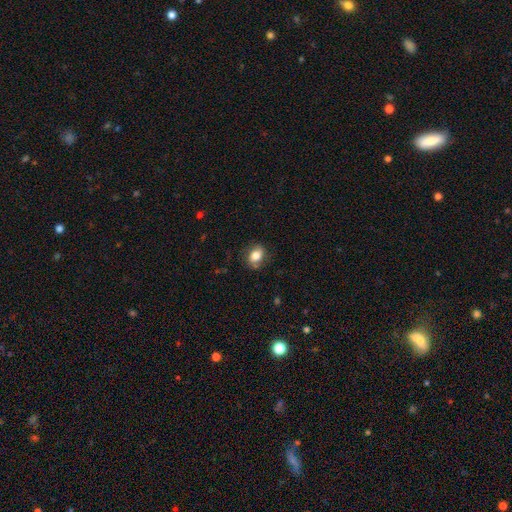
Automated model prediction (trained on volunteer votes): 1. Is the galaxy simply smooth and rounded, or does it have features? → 79% smooth, 12% featured or disk, 9% star or artifact.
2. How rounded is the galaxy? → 67% in between, 32% round, 1% cigar-shaped.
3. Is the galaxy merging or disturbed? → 77% none, 17% minor disturbance, 5% major disturbance, 1% merger.